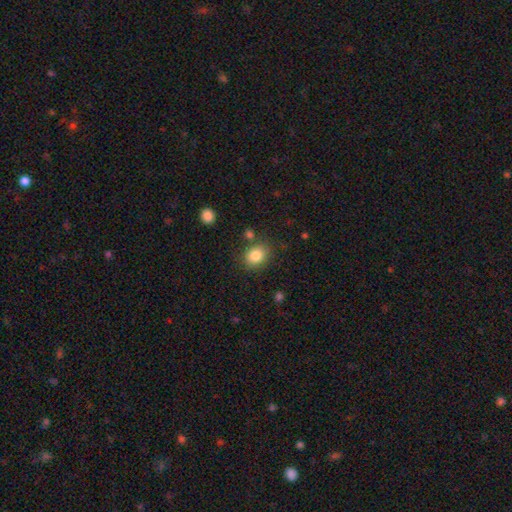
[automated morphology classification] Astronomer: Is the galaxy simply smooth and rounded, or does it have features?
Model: smooth — 83%.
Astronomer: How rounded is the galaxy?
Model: round — 52% (runner-up: in between, 47%).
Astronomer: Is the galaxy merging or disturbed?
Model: none — 78%.